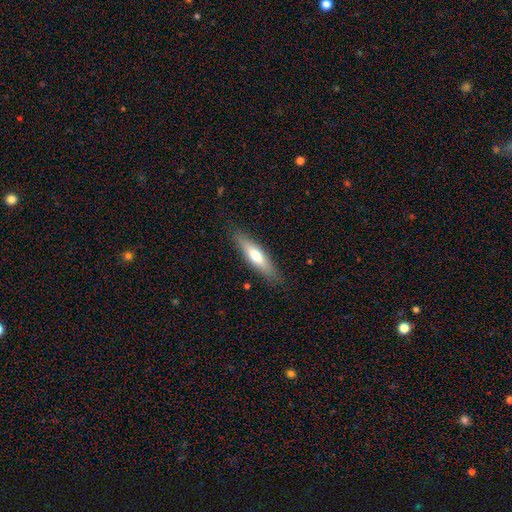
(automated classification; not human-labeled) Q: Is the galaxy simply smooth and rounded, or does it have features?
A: smooth — 59%.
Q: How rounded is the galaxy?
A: cigar-shaped — 73%.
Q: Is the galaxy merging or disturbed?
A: none — 85%.